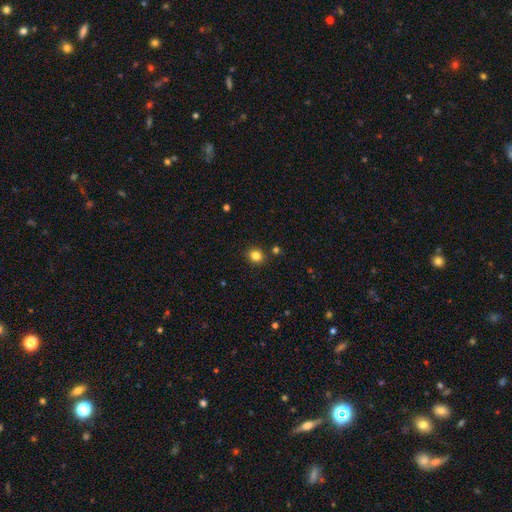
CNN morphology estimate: The model was most divided on "how rounded": round: 79%, in between: 20%, cigar-shaped: 1%. More confident: merging — none (88%); smooth or featured — smooth (82%).